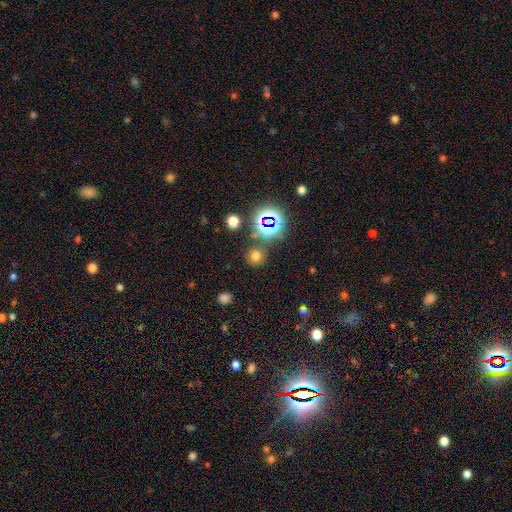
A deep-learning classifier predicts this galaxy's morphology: smooth_or_featured: smooth (p=0.65) [alt: star or artifact p=0.28]
how_rounded: round (p=0.90) [alt: in between p=0.09]
merging: none (p=0.83) [alt: minor disturbance p=0.08]